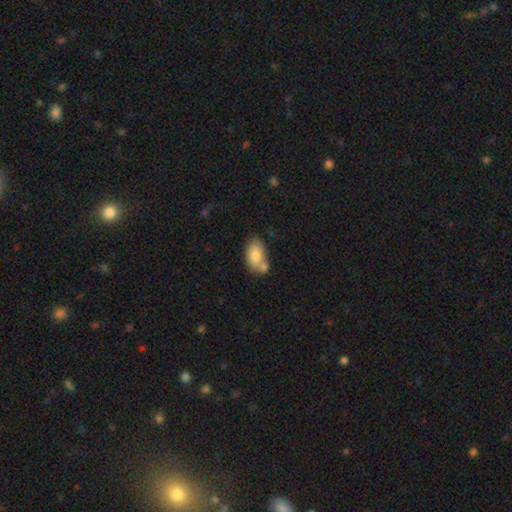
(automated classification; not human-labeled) Morphology: type=smooth (78%); roundness=in between (91%); merging=none (49%).